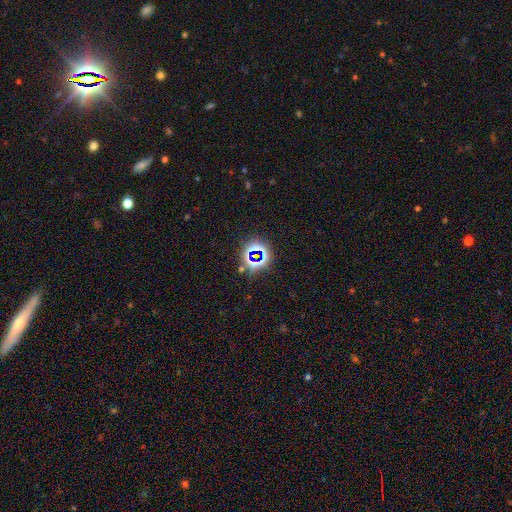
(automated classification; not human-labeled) smooth_or_featured: star or artifact (p=0.73) [alt: smooth p=0.17]